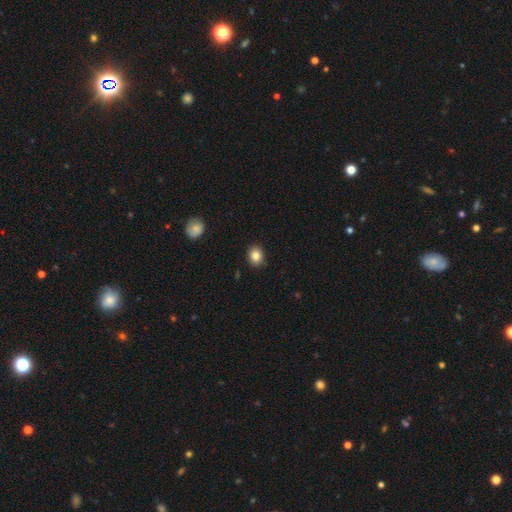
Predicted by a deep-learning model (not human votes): Smooth or featured: smooth — 85% (star or artifact — 9%)
How rounded: round — 54% (in between — 45%)
Merging: none — 89% (minor disturbance — 8%)